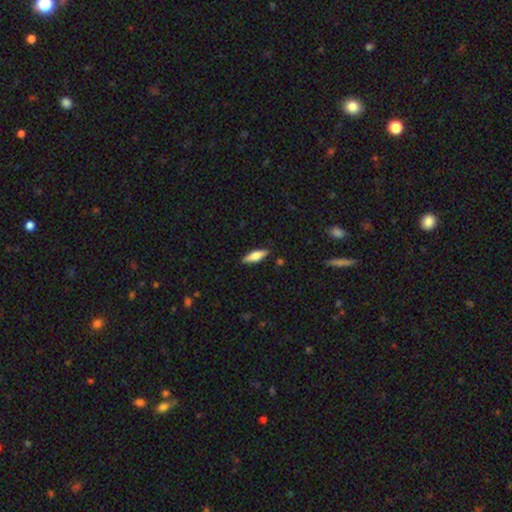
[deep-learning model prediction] Overall: smooth (57%; featured or disk 37%). How rounded: cigar-shaped (51%; in between 46%). Merging: none (88%).